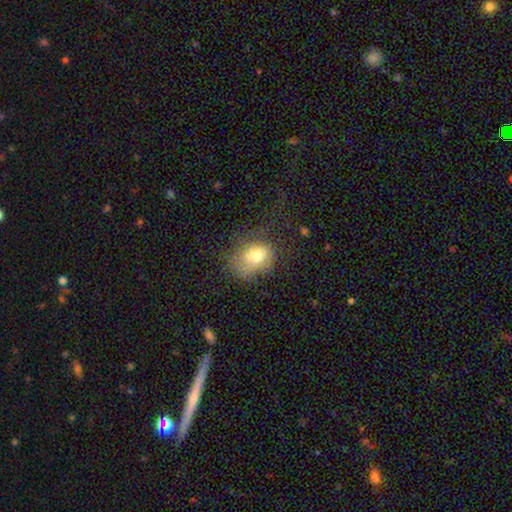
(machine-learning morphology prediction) Smooth or featured? smooth (74%)
How rounded? in between (65%)
Merging? none (43%)